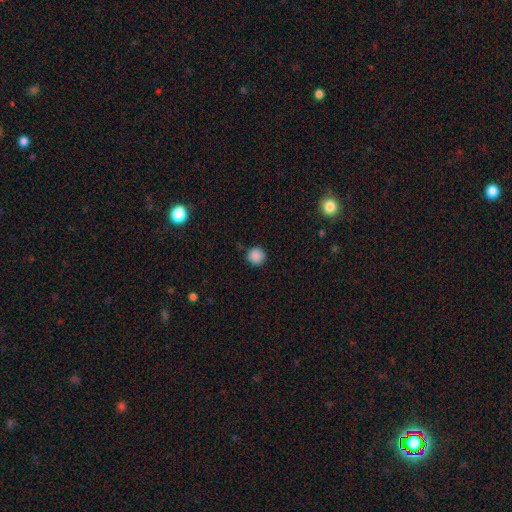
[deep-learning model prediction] Smooth or featured: smooth — 87% (star or artifact — 10%)
How rounded: round — 95% (in between — 4%)
Merging: none — 88% (minor disturbance — 8%)